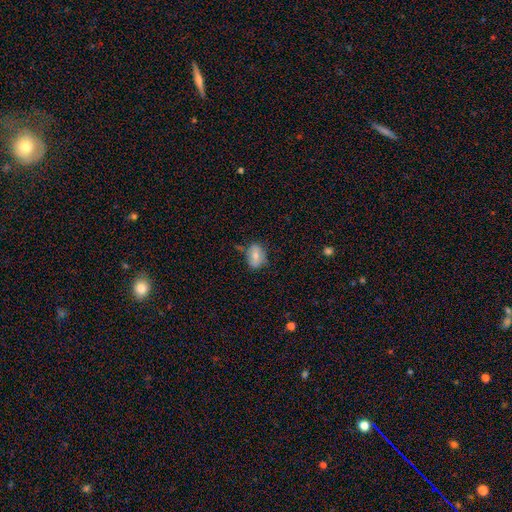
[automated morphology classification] Smooth or featured?
  - smooth: 70% *
  - featured or disk: 22%
  - star or artifact: 8%
How rounded?
  - in between: 75% *
  - round: 24%
  - cigar-shaped: 1%
Merging?
  - none: 62% *
  - minor disturbance: 27%
  - major disturbance: 7%
  - merger: 5%